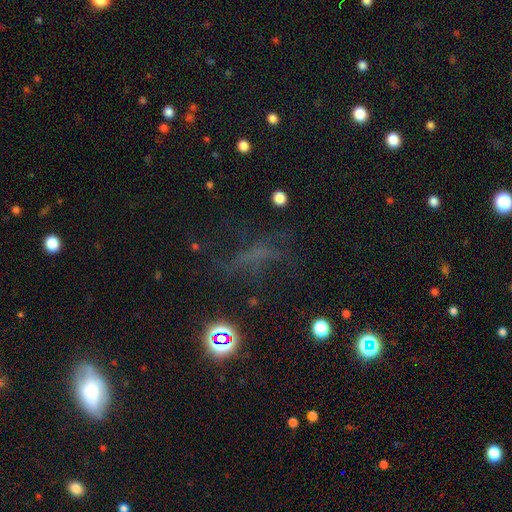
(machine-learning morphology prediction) Smooth or featured? Predicted: star or artifact (p=0.42).